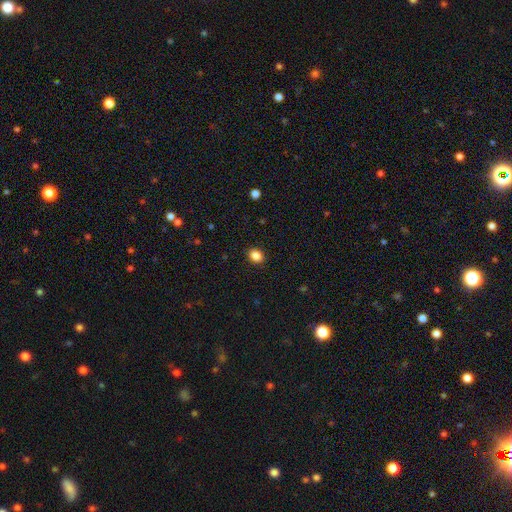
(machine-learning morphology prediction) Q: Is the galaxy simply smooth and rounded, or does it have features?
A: smooth — 86%.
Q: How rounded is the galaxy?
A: in between — 54%.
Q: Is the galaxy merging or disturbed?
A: none — 90%.